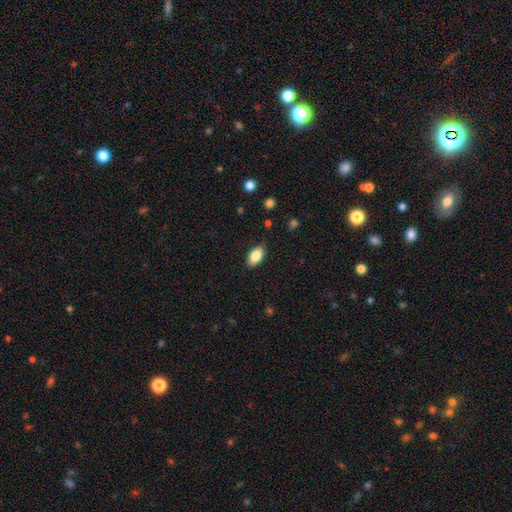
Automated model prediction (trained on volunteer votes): Smooth or featured: smooth — 84% (featured or disk — 8%)
How rounded: in between — 92% (round — 4%)
Merging: none — 84% (minor disturbance — 12%)